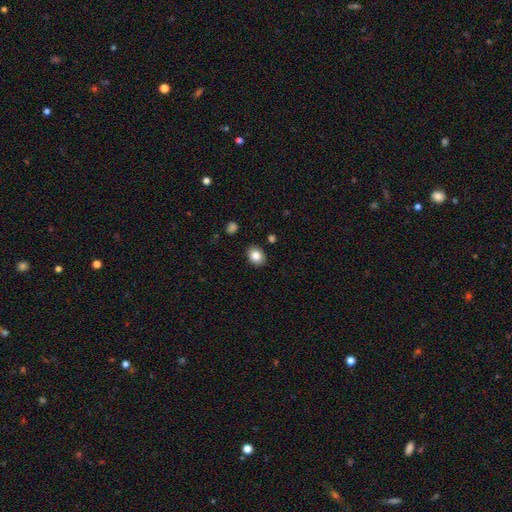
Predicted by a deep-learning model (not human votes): Smooth or featured? Predicted: smooth (p=0.85). How rounded? Predicted: in between (p=0.53). Merging? Predicted: none (p=0.88).